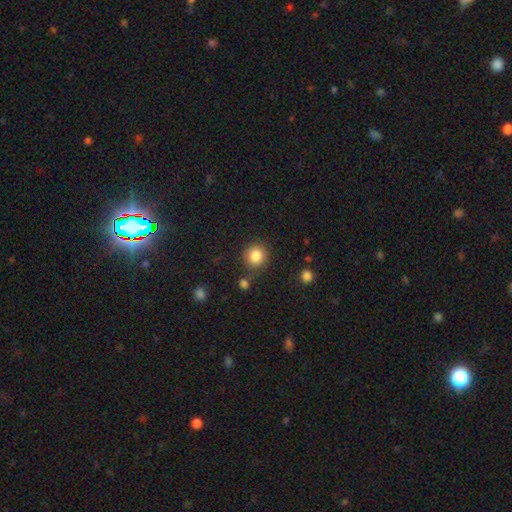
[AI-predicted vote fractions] Smooth or featured? smooth (85%)
How rounded? round (90%)
Merging? none (81%)